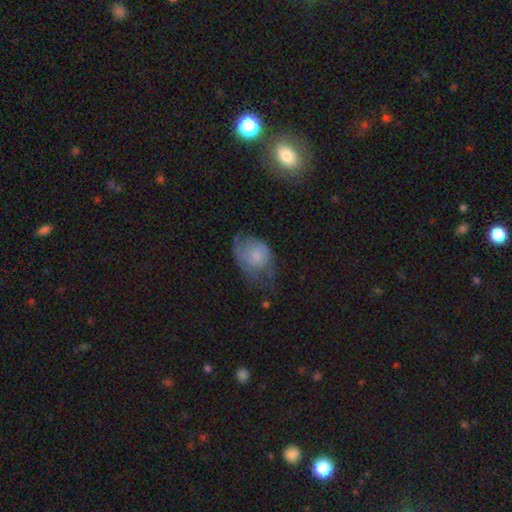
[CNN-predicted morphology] featured or disk 47%, smooth 45%, star or artifact 8%. Down the decision tree: merging — none (35%).